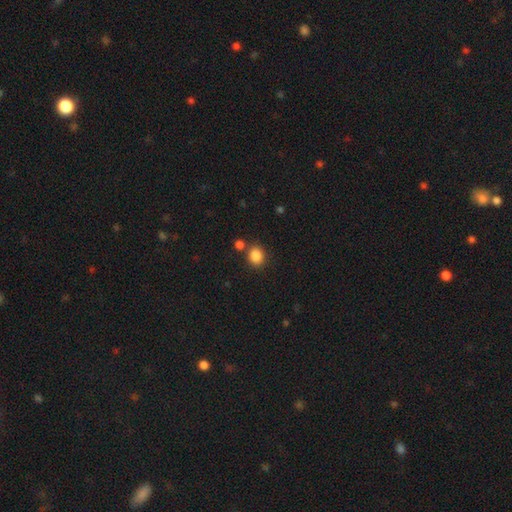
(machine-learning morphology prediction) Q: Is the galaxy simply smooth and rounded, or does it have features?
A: smooth — 86%.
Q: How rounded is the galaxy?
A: round — 60%.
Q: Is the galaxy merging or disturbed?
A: none — 75%.